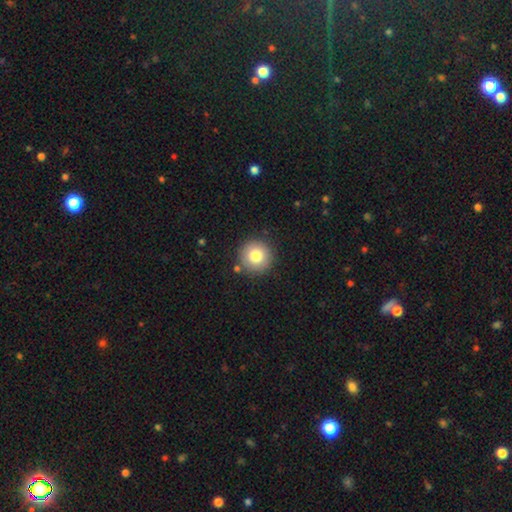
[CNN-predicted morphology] The model was most divided on "smooth or featured": smooth: 81%, star or artifact: 10%, featured or disk: 9%. More confident: how rounded — round (96%); merging — none (87%).